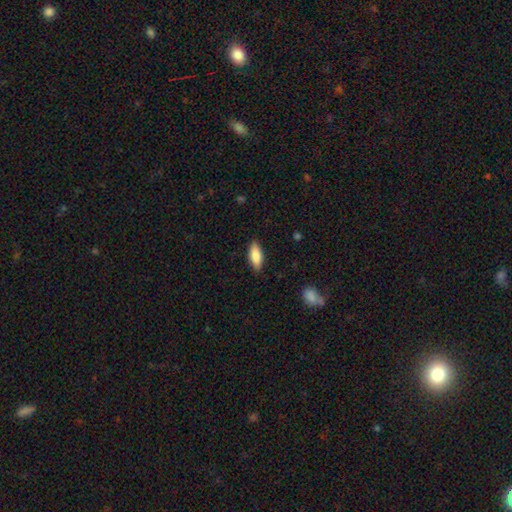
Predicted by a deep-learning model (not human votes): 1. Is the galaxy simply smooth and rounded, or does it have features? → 83% smooth, 12% featured or disk, 6% star or artifact.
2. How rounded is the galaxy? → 70% in between, 28% cigar-shaped, 2% round.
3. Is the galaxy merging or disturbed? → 86% none, 10% minor disturbance, 2% major disturbance, 1% merger.